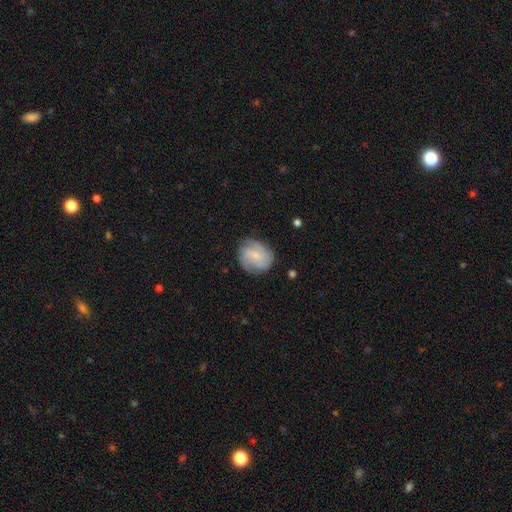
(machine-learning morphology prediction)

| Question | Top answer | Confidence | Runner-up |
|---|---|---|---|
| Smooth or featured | featured or disk | 51% | smooth (42%) |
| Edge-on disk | no | 97% | yes (3%) |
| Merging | none | 69% | minor disturbance (22%) |